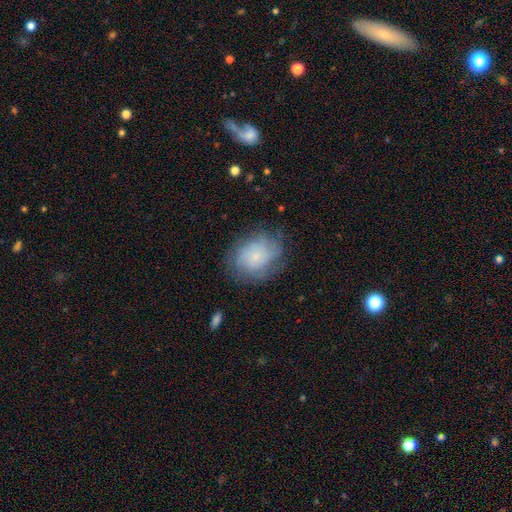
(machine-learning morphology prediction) type=featured or disk (46%); merging=none (70%).